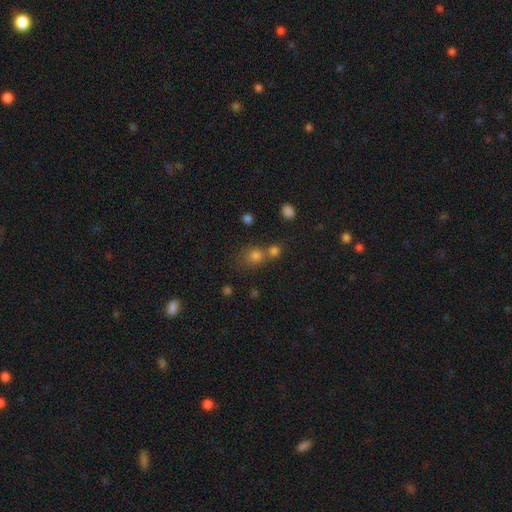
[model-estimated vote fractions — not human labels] smooth_or_featured: smooth (p=0.72) [alt: star or artifact p=0.19]
how_rounded: round (p=0.76) [alt: in between p=0.22]
merging: none (p=0.47) [alt: merger p=0.41]